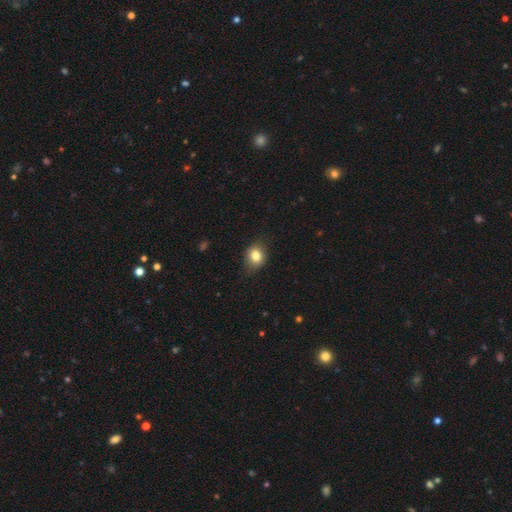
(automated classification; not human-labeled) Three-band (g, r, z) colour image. It shows a smooth galaxy with no disk features (79%) that is round (51%). Merging: none (74%).